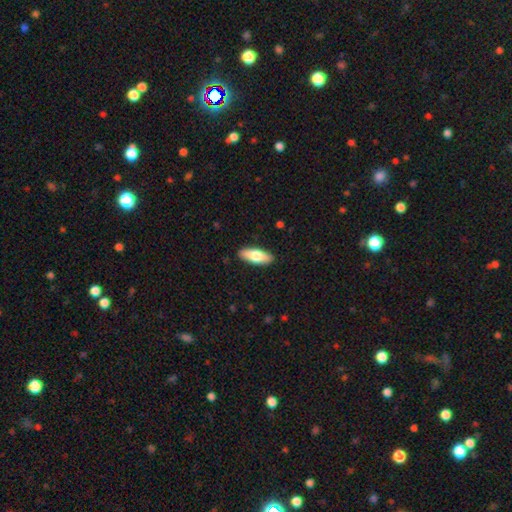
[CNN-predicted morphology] This is likely a smooth galaxy (74%). How rounded: likely in between (69%). Merging: clearly none (89%).